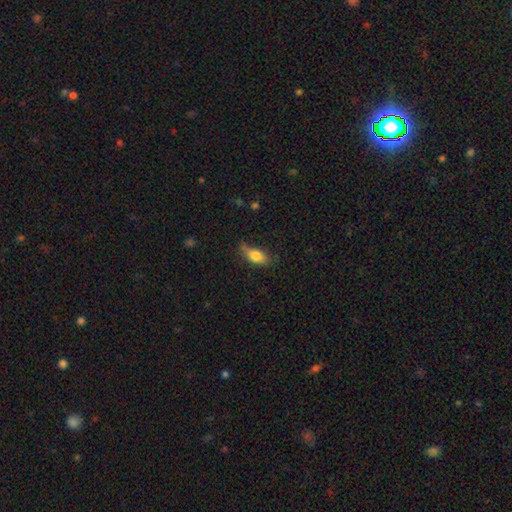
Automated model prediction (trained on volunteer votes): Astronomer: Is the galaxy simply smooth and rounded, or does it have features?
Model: smooth — 77%.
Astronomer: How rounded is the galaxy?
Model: in between — 80%.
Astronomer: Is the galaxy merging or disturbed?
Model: none — 55% (runner-up: minor disturbance, 32%).